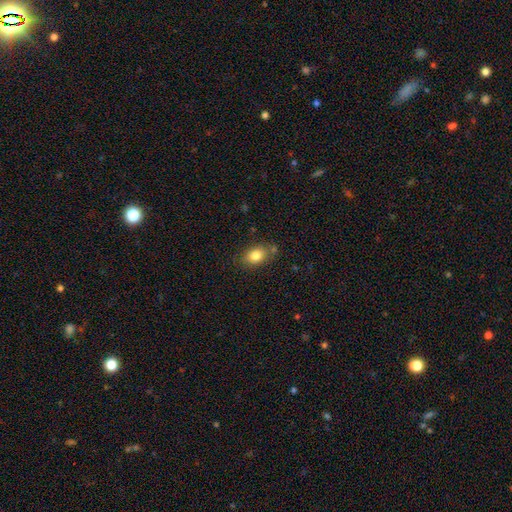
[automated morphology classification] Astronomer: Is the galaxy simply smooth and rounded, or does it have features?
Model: smooth — 82%.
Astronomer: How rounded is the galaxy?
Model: in between — 78%.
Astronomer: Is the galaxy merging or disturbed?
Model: none — 72%.